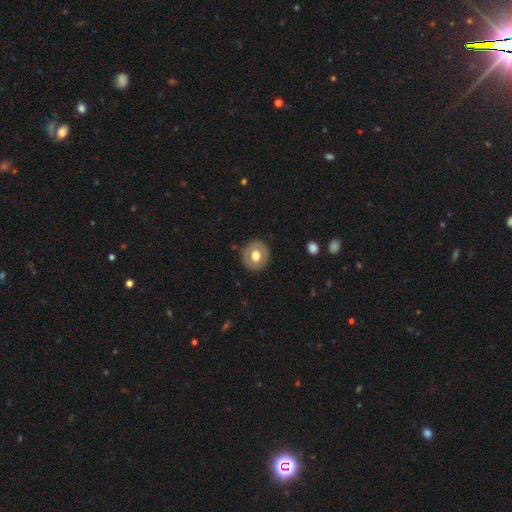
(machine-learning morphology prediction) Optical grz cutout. It shows a smooth galaxy with no disk features (60%) that is round (83%). Merging: none (87%).